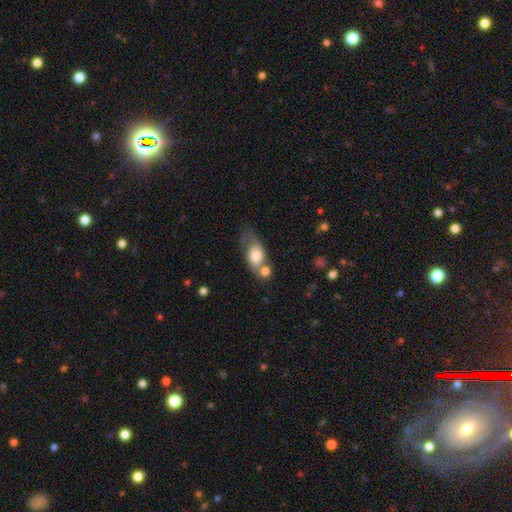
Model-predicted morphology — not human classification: A smooth galaxy with no disk features (68%) that is in between round and cigar-shaped (79%).

Vote fractions:
- Smooth or featured? smooth: 68% / featured or disk: 25% / star or artifact: 7%
- How rounded? in between: 79% / round: 16% / cigar-shaped: 5%
- Merging? none: 34% / merger: 33% / minor disturbance: 20% / major disturbance: 13%